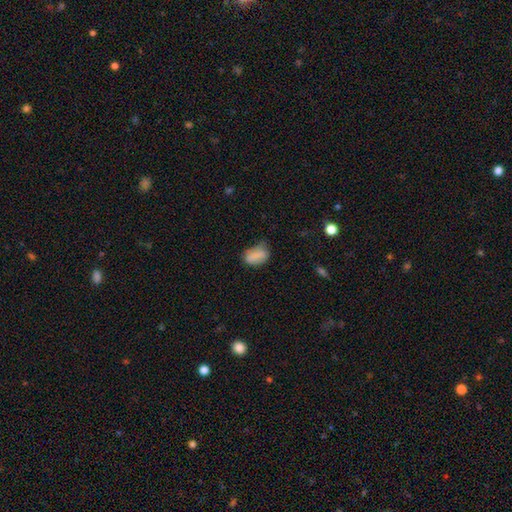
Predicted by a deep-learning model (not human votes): Smooth or featured? smooth (80%)
How rounded? in between (88%)
Merging? none (46%)